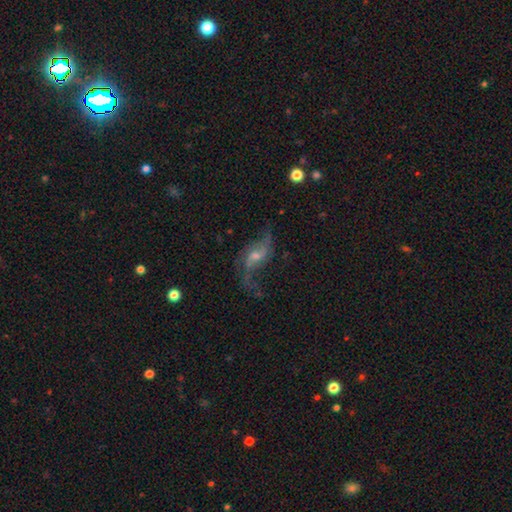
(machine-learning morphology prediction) This is clearly a featured or disk galaxy (80%). It is clearly not viewed edge-on (94%). Bar: possibly weak (45%). Spiral arm pattern: clearly yes (93%). Spiral arm count: clearly 2 (87%). Spiral winding: clearly loose (86%). Central bulge: possibly small (50%). Merging: possibly none (59%).